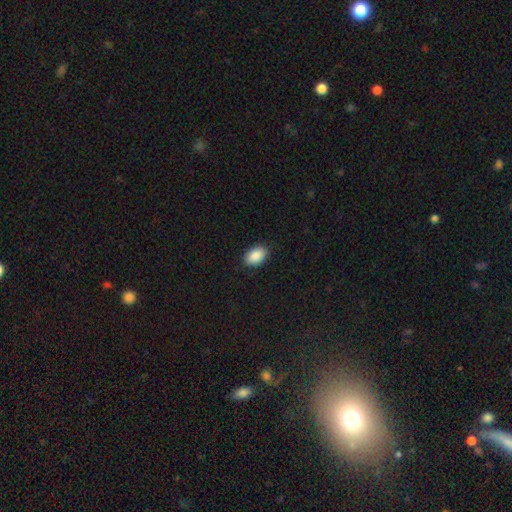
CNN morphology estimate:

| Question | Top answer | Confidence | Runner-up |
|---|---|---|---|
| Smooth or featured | smooth | 90% | star or artifact (7%) |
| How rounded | in between | 90% | round (9%) |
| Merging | none | 89% | minor disturbance (8%) |